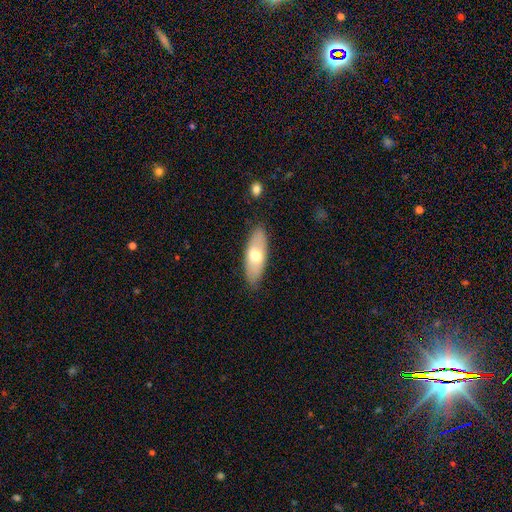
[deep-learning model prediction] Morphology: type=smooth (63%); roundness=in between (72%); merging=none (86%).